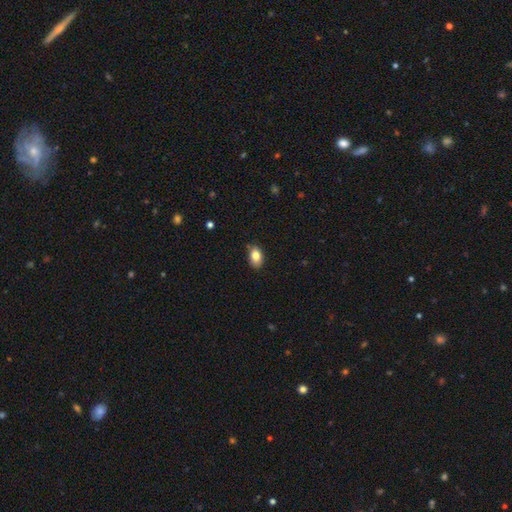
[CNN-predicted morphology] smooth_or_featured: smooth (p=0.84) [alt: featured or disk p=0.08]
how_rounded: in between (p=0.87) [alt: round p=0.11]
merging: none (p=0.77) [alt: minor disturbance p=0.19]